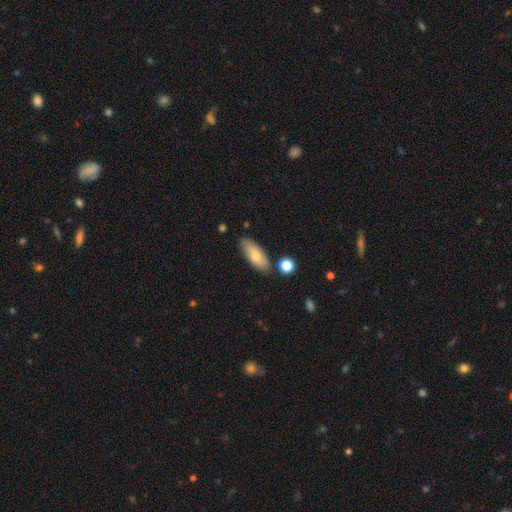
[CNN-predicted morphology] smooth-or-featured: smooth: 76% | featured or disk: 18% | star or artifact: 6%
  how-rounded: in between: 77% | cigar-shaped: 20% | round: 2%
  merging: none: 79% | minor disturbance: 14% | merger: 4% | major disturbance: 3%